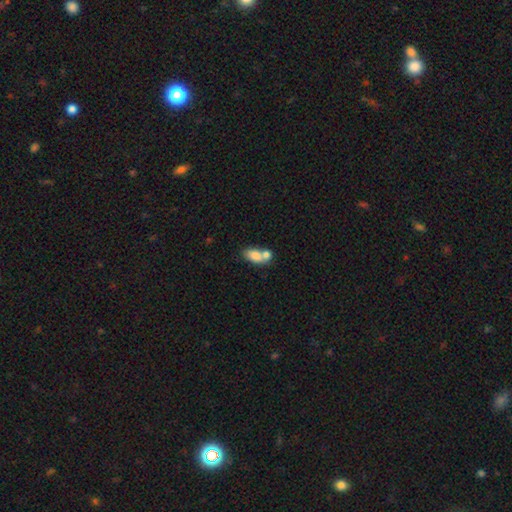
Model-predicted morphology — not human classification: smooth_or_featured: smooth (p=0.78) [alt: featured or disk p=0.14]
how_rounded: in between (p=0.87) [alt: round p=0.08]
merging: merger (p=0.55) [alt: none p=0.31]